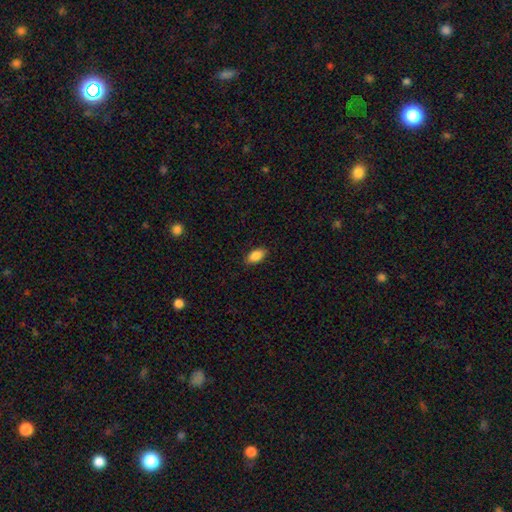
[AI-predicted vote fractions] Smooth or featured: smooth — 88% (star or artifact — 7%)
How rounded: in between — 92% (cigar-shaped — 5%)
Merging: none — 87% (minor disturbance — 10%)